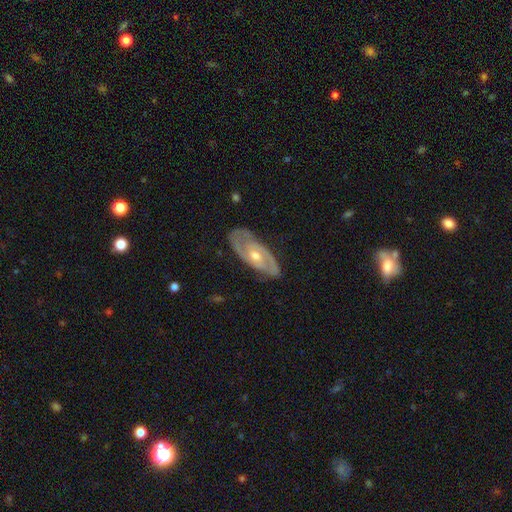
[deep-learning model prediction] Q: Smooth or featured?
A: featured or disk (82%); runner-up: smooth (14%)
Q: Edge-on disk?
A: no (89%); runner-up: yes (11%)
Q: Bar?
A: no (60%); runner-up: weak (32%)
Q: Spiral arms?
A: yes (85%); runner-up: no (15%)
Q: Spiral winding?
A: tight (53%); runner-up: medium (37%)
Q: Spiral arm count?
A: 2 (71%); runner-up: can't tell (18%)
Q: Bulge size?
A: moderate (66%); runner-up: small (29%)
Q: Merging?
A: none (79%); runner-up: minor disturbance (16%)